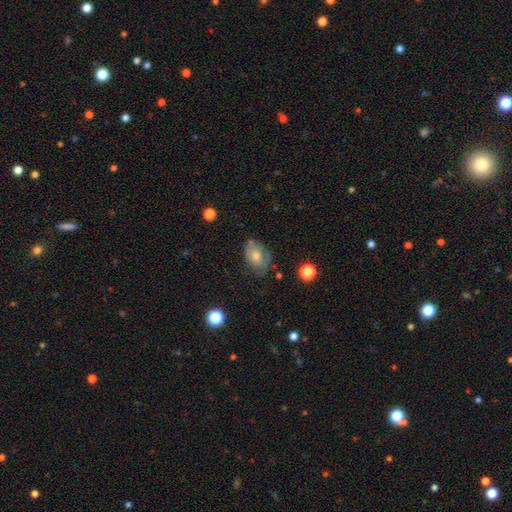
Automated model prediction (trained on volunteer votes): A smooth galaxy with no disk features (48%). Merging: none (64%).